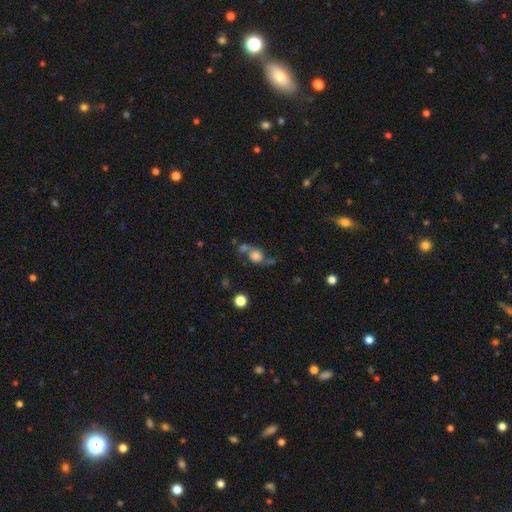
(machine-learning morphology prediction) Smooth or featured?
  - smooth: 58% *
  - featured or disk: 28%
  - star or artifact: 14%
How rounded?
  - round: 72% *
  - in between: 26%
  - cigar-shaped: 2%
Merging?
  - none: 41% *
  - merger: 27%
  - minor disturbance: 18%
  - major disturbance: 14%